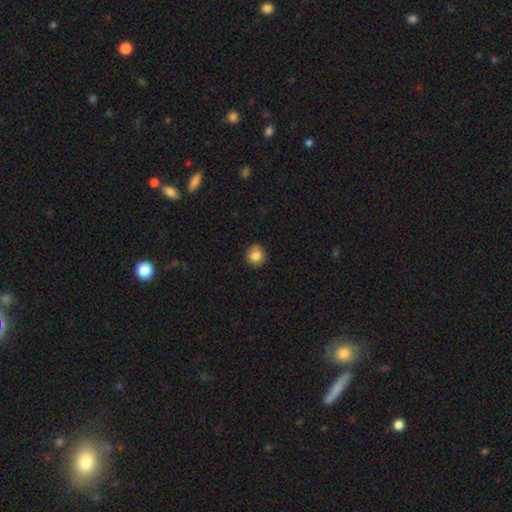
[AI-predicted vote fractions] Smooth or featured?
  - smooth: 84% *
  - star or artifact: 10%
  - featured or disk: 6%
How rounded?
  - round: 90% *
  - in between: 9%
  - cigar-shaped: 1%
Merging?
  - none: 84% *
  - minor disturbance: 13%
  - major disturbance: 2%
  - merger: 1%